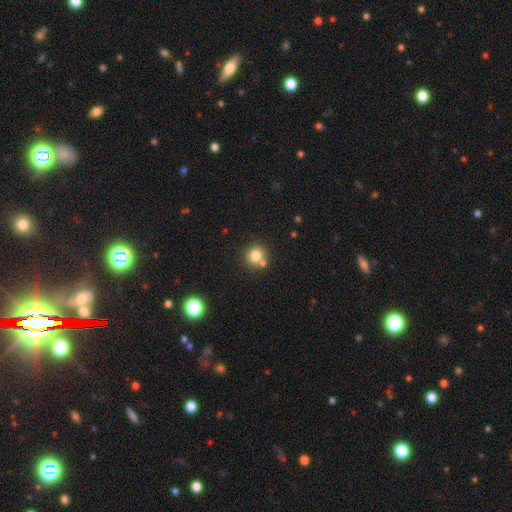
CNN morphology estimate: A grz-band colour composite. It shows a smooth galaxy with no disk features (80%) that is round (88%). Merging: none (67%).